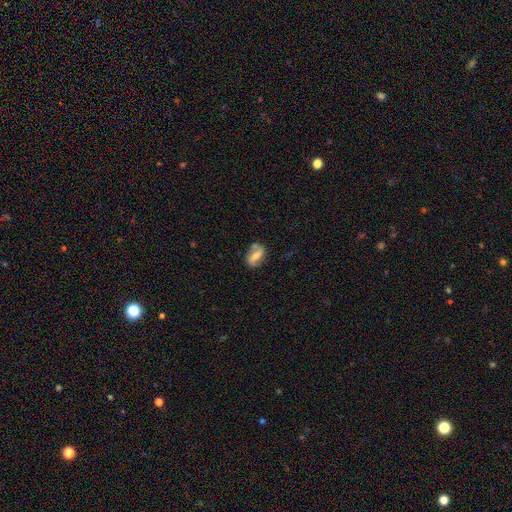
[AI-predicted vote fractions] Smooth or featured? Predicted: featured or disk (p=0.51). Edge-on disk? Predicted: no (p=0.88). Merging? Predicted: none (p=0.67).